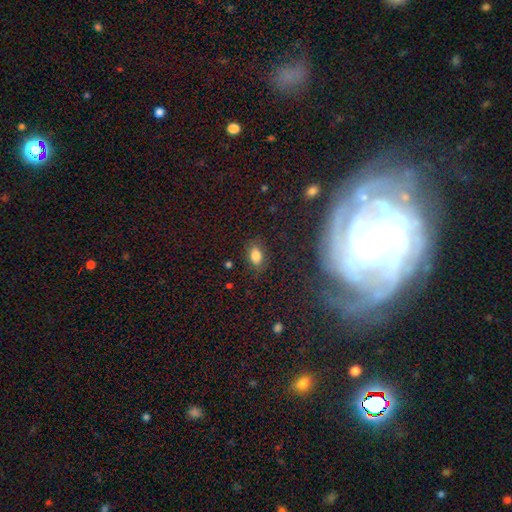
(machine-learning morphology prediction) A smooth galaxy with no disk features (79%) that is in between round and cigar-shaped (81%). Merging: none (81%).